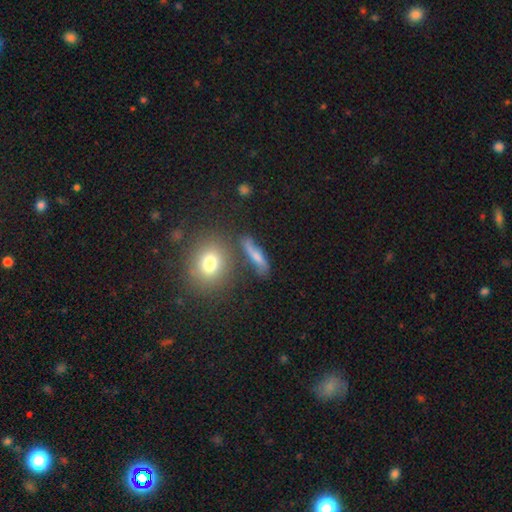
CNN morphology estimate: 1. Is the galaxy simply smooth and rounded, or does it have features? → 58% smooth, 29% featured or disk, 13% star or artifact.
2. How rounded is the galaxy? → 53% cigar-shaped, 33% in between, 14% round.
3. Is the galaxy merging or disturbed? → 58% none, 19% minor disturbance, 13% merger, 10% major disturbance.